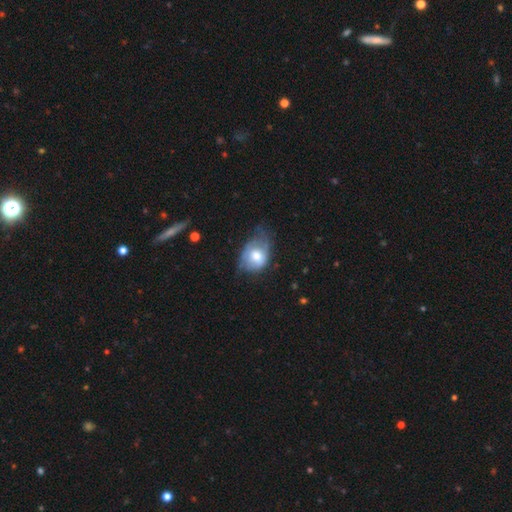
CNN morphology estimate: This appears to be a smooth galaxy with no disk features (59%) that is in between round and cigar-shaped (60%). Merging: minor disturbance (40%).